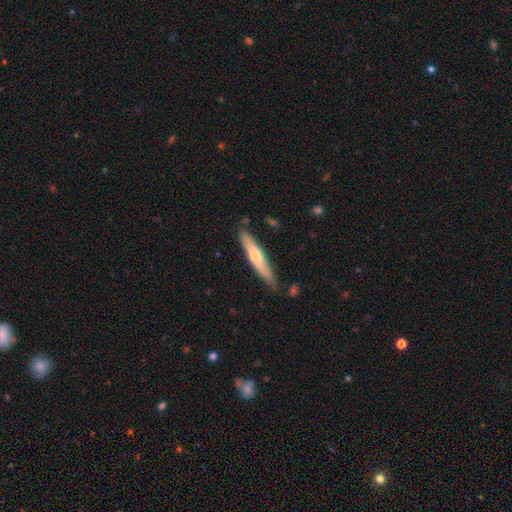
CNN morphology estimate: type=smooth (55%); roundness=cigar-shaped (90%); merging=none (76%).